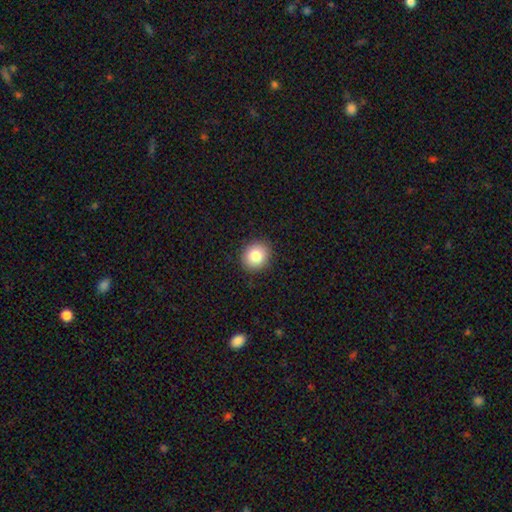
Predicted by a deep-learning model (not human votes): smooth 82%, star or artifact 10%, featured or disk 9%. Down the decision tree: how rounded — round (83%); merging — none (90%).